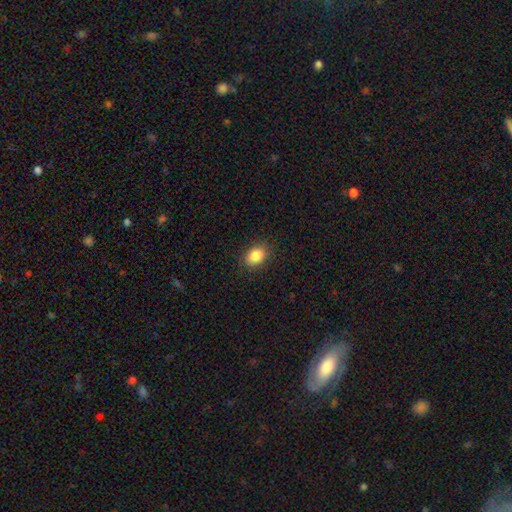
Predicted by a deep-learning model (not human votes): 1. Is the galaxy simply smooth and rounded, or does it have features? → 86% smooth, 9% star or artifact, 5% featured or disk.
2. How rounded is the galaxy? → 76% in between, 23% round, 1% cigar-shaped.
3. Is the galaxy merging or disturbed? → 88% none, 9% minor disturbance, 2% major disturbance, 1% merger.